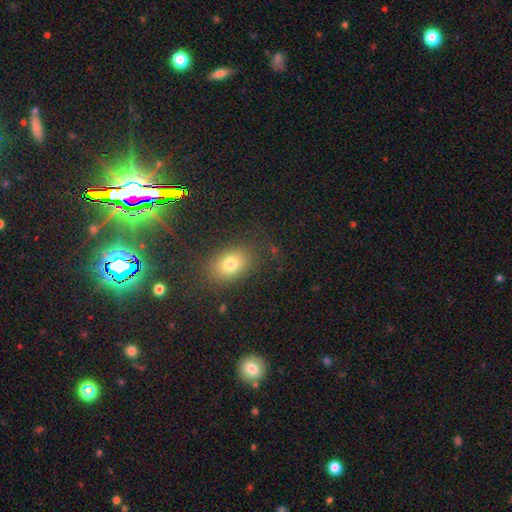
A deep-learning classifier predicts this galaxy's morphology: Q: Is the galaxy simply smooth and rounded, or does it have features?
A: star or artifact — 51%.